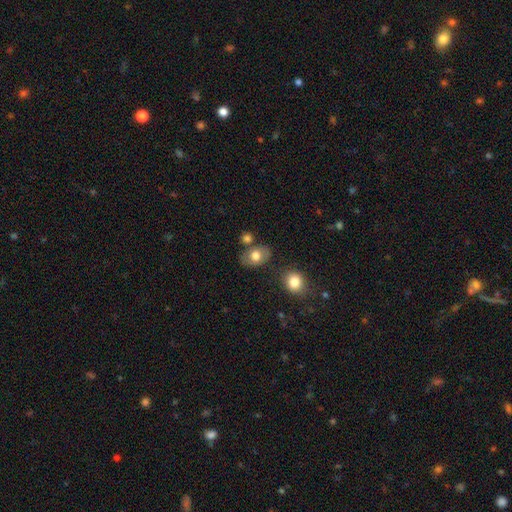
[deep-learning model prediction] A smooth galaxy with no disk features (73%) that is in between round and cigar-shaped (77%).

Vote fractions:
- Smooth or featured? smooth: 73% / featured or disk: 20% / star or artifact: 8%
- How rounded? in between: 77% / round: 21% / cigar-shaped: 1%
- Merging? none: 72% / minor disturbance: 14% / merger: 10% / major disturbance: 4%